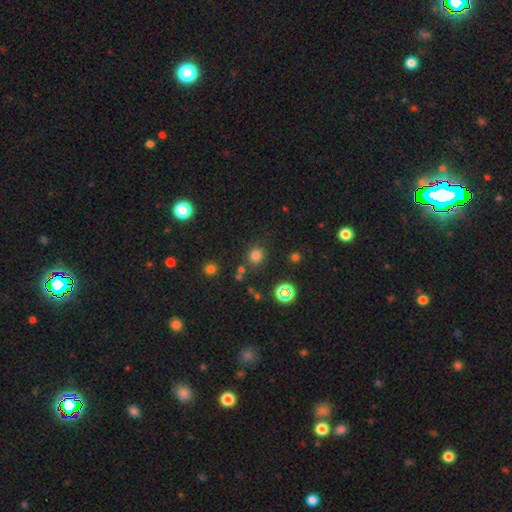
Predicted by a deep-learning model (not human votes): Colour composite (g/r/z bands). It shows a smooth galaxy with no disk features (72%) that is round (82%). Merging: none (79%).